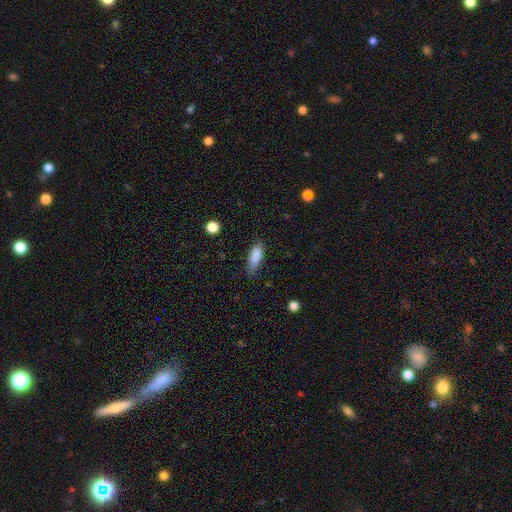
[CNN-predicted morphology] type=smooth (87%); roundness=in between (75%); merging=none (73%).